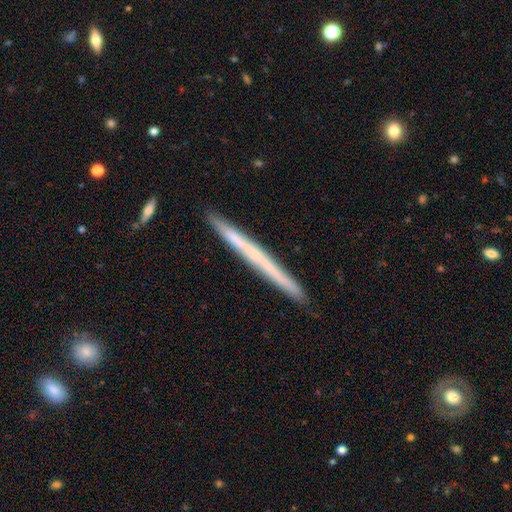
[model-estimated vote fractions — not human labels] Q: Smooth or featured?
A: featured or disk (51%); runner-up: smooth (43%)
Q: Edge-on disk?
A: yes (97%); runner-up: no (3%)
Q: Merging?
A: none (91%); runner-up: minor disturbance (7%)